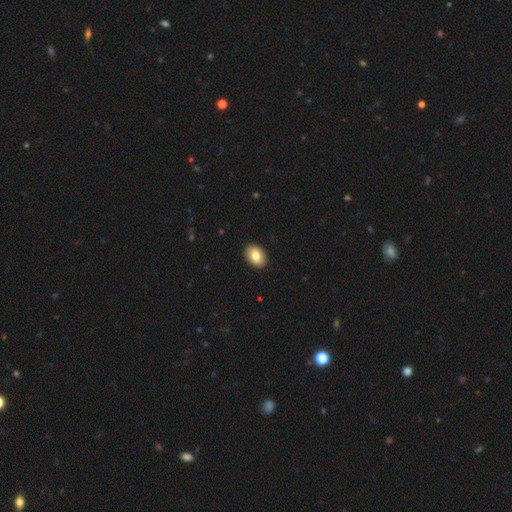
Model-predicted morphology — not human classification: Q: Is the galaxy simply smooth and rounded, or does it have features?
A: smooth — 82%.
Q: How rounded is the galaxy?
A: in between — 80%.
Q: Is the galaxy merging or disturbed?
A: none — 91%.